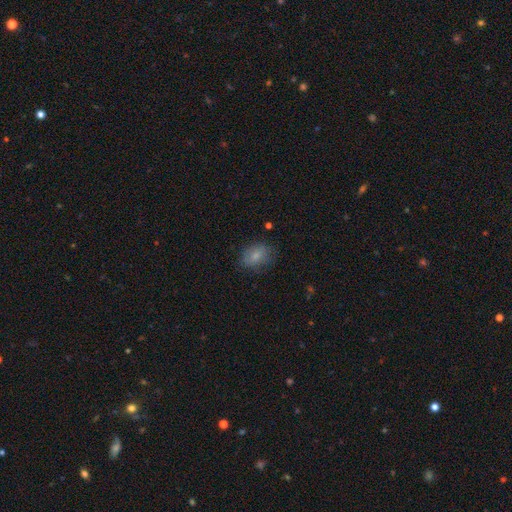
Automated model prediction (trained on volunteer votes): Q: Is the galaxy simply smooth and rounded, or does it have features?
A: smooth — 76%.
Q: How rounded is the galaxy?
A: in between — 74%.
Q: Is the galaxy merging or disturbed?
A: none — 71%.